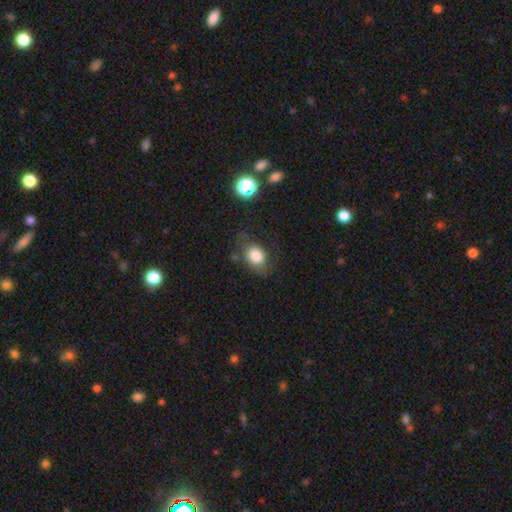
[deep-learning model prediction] This appears to be a smooth galaxy with no disk features (78%) that is in between round and cigar-shaped (64%). Merging: none (59%).